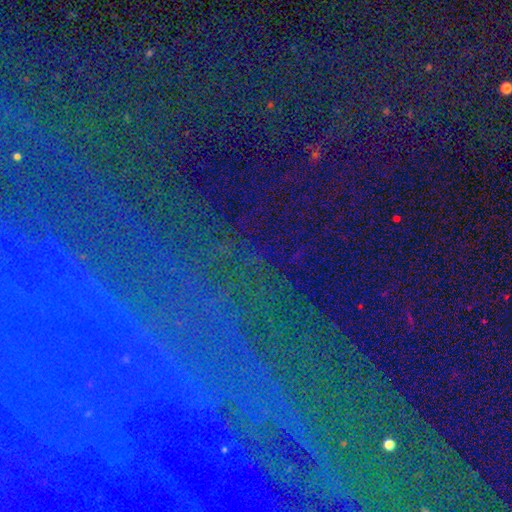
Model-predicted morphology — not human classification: star or artifact 80%, featured or disk 10%, smooth 10%.